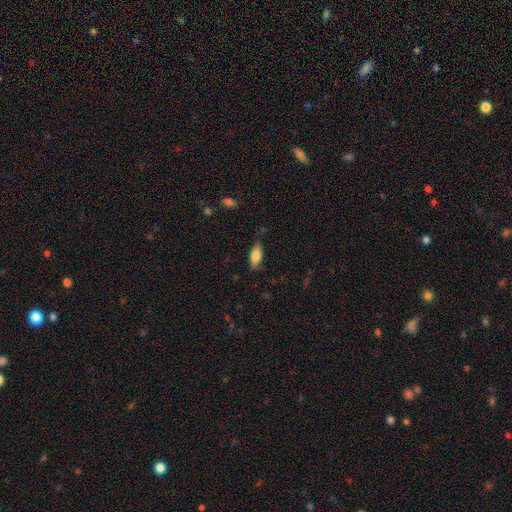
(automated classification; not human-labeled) smooth-or-featured: smooth: 80% | featured or disk: 13% | star or artifact: 7%
  how-rounded: in between: 84% | cigar-shaped: 14% | round: 2%
  merging: none: 78% | minor disturbance: 17% | major disturbance: 4% | merger: 2%